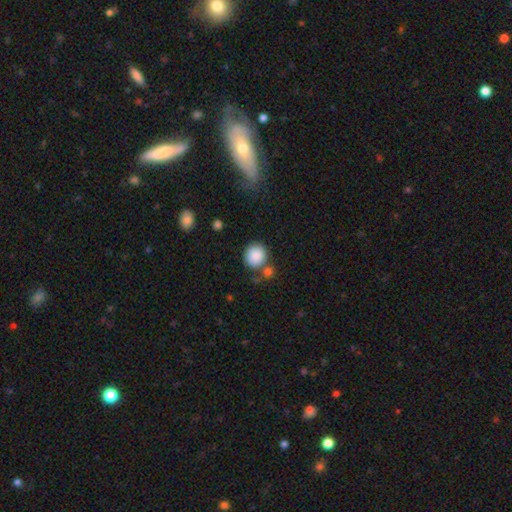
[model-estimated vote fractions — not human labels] Q: Smooth or featured?
A: smooth (86%); runner-up: star or artifact (8%)
Q: How rounded?
A: round (88%); runner-up: in between (12%)
Q: Merging?
A: none (64%); runner-up: merger (17%)